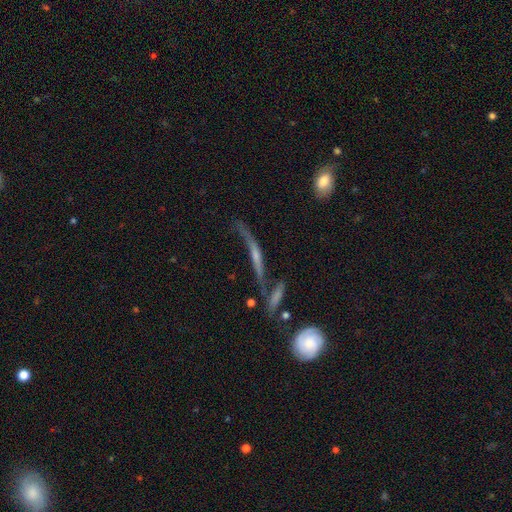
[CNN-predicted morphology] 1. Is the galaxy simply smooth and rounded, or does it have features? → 68% featured or disk, 20% smooth, 12% star or artifact.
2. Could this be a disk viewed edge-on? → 67% yes, 33% no.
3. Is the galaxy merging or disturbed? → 42% none, 23% major disturbance, 19% minor disturbance, 16% merger.